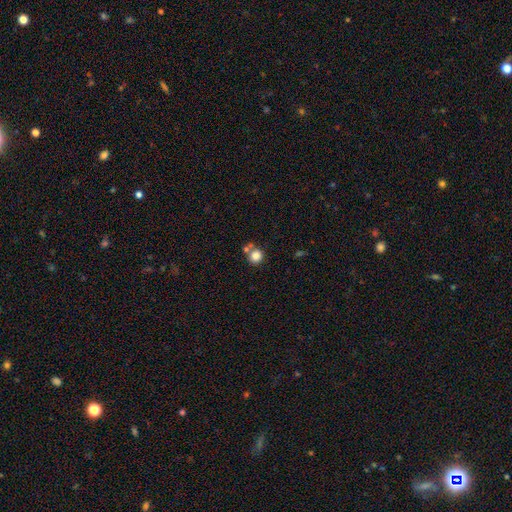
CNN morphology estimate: Smooth or featured?
  - smooth: 82% *
  - star or artifact: 11%
  - featured or disk: 7%
How rounded?
  - round: 86% *
  - in between: 13%
  - cigar-shaped: 1%
Merging?
  - none: 58% *
  - merger: 27%
  - minor disturbance: 10%
  - major disturbance: 4%